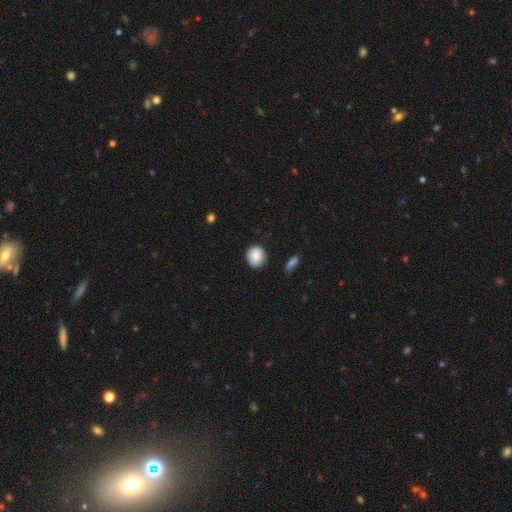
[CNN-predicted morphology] Overall: smooth (87%). How rounded: round (74%). Merging: none (84%).